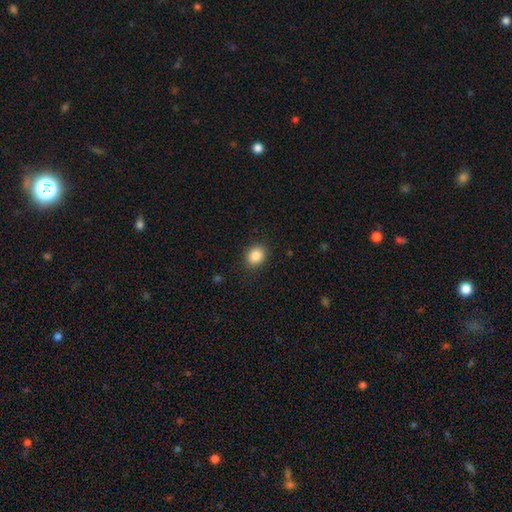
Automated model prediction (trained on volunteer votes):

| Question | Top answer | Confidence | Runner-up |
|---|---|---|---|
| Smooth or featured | smooth | 88% | star or artifact (9%) |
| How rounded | round | 59% | in between (40%) |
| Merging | none | 89% | minor disturbance (8%) |